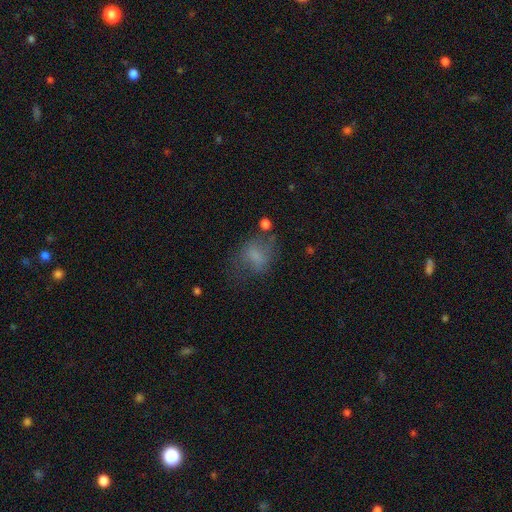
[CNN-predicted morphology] This appears to be a smooth galaxy with no disk features (66%) that is in between round and cigar-shaped (59%). Merging: none (46%).